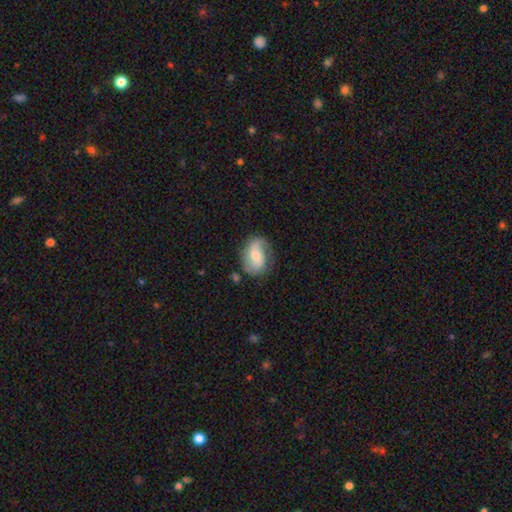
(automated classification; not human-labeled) smooth_or_featured: featured or disk (p=0.56) [alt: smooth p=0.37]
disk_edge_on: no (p=0.96) [alt: yes p=0.04]
bar: no (p=0.55) [alt: weak p=0.34]
has_spiral_arms: yes (p=0.84) [alt: no p=0.16]
bulge_size: moderate (p=0.55) [alt: small p=0.36]
merging: none (p=0.65) [alt: minor disturbance p=0.23]